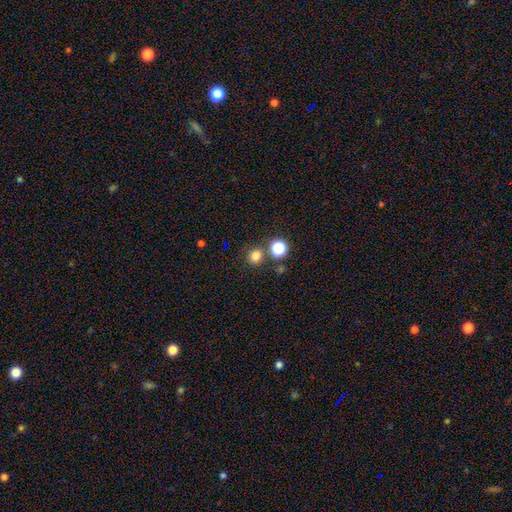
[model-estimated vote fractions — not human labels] This appears to be a smooth galaxy with no disk features (79%) that is round (83%). Merging: none (77%).